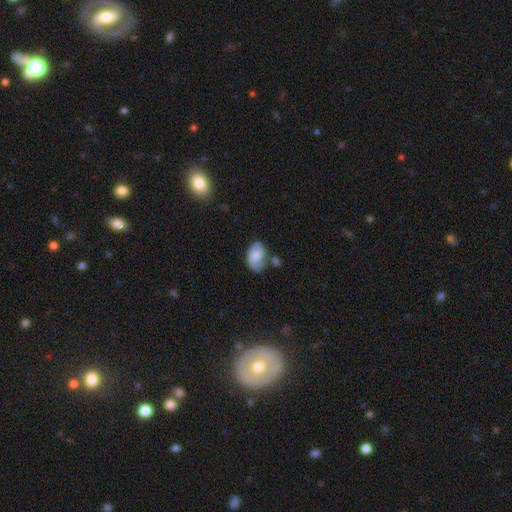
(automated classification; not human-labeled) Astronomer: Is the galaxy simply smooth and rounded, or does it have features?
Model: smooth — 57% (runner-up: featured or disk, 35%).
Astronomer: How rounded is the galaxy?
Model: in between — 86%.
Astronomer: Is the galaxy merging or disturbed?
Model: none — 51% (runner-up: minor disturbance, 27%).